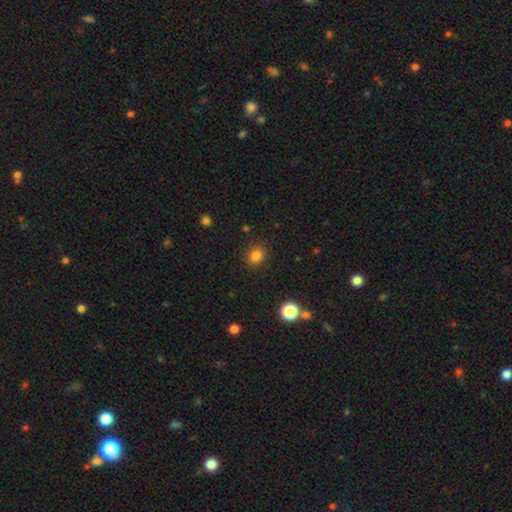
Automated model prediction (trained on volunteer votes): A smooth galaxy with no disk features (82%) that is round (65%). Merging: none (88%).